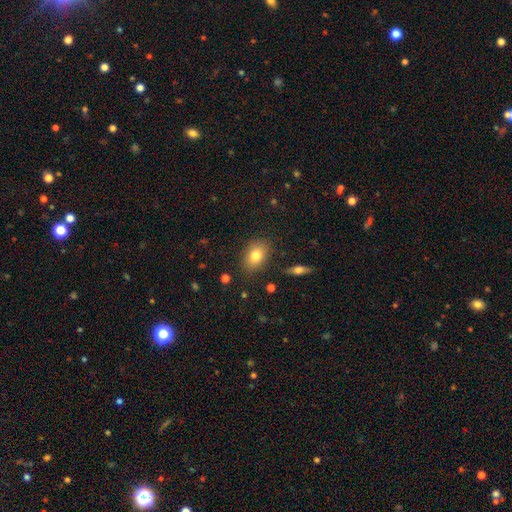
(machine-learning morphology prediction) A smooth galaxy with no disk features (79%) that is in between round and cigar-shaped (77%). Merging: none (84%).